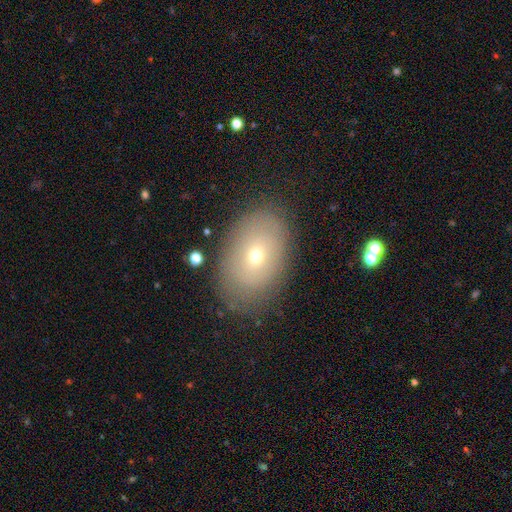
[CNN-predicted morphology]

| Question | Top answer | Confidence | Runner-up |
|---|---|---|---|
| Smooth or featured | smooth | 61% | featured or disk (27%) |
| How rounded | in between | 82% | round (17%) |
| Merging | none | 82% | minor disturbance (12%) |